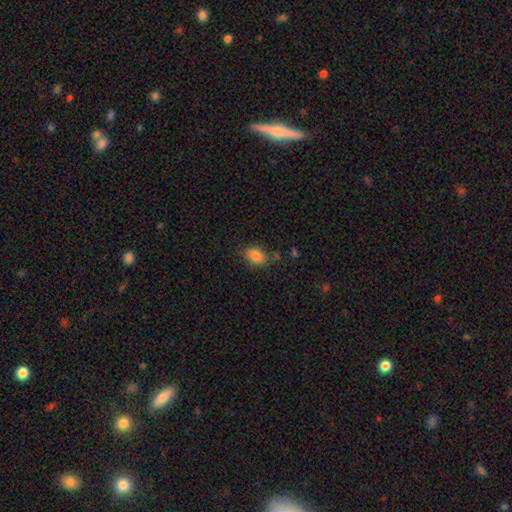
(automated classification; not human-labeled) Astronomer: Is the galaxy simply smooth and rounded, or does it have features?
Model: smooth — 85%.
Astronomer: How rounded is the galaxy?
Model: in between — 70%.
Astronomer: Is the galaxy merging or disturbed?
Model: none — 73%.